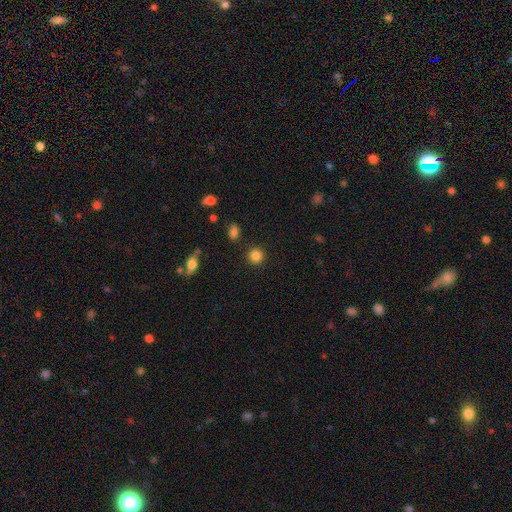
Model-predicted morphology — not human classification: This appears to be a smooth galaxy with no disk features (85%) that is round (93%). Merging: none (89%).